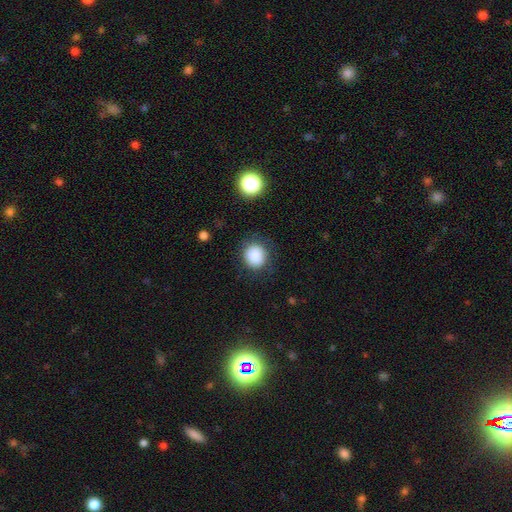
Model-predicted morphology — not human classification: A smooth galaxy with no disk features (87%) that is round (85%).

Vote fractions:
- Smooth or featured? smooth: 87% / star or artifact: 10% / featured or disk: 4%
- How rounded? round: 85% / in between: 14% / cigar-shaped: 1%
- Merging? none: 83% / minor disturbance: 11% / major disturbance: 5% / merger: 1%